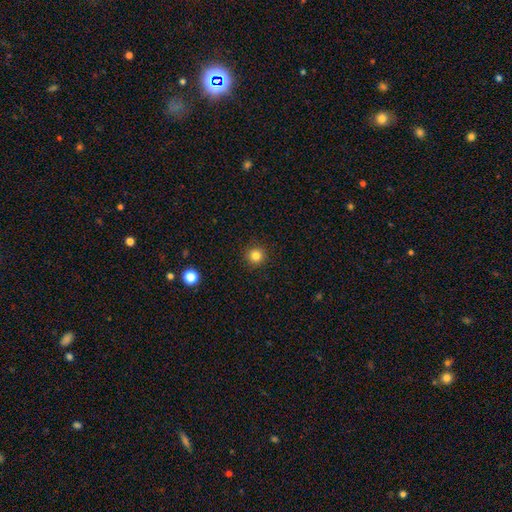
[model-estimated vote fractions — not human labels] A smooth galaxy with no disk features (82%) that is round (95%). Merging: none (92%).